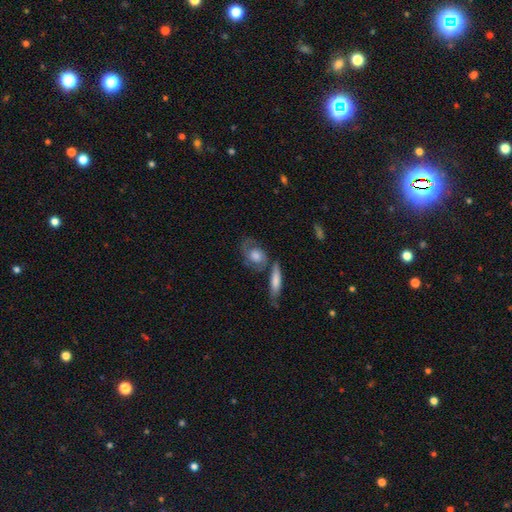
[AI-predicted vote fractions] Smooth or featured? featured or disk (62%)
Edge-on disk? no (90%)
Bar? no (74%)
Spiral arms? yes (86%)
Bulge size? large (45%)
Merging? none (55%)